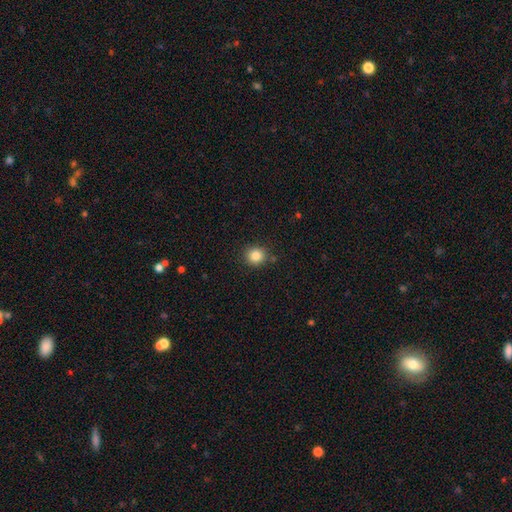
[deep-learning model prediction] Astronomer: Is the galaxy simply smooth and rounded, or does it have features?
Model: smooth — 85%.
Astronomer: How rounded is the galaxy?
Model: round — 87%.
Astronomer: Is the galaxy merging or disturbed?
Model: none — 86%.